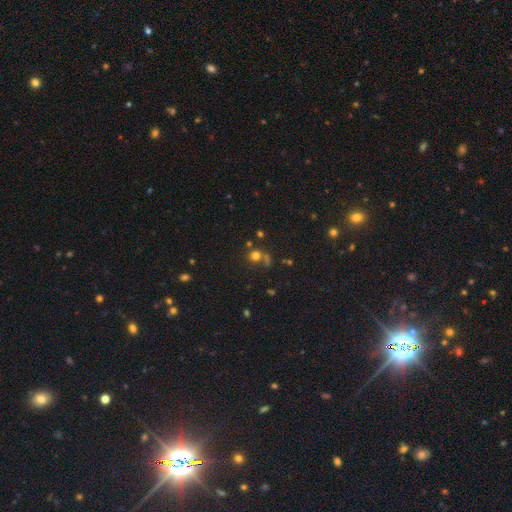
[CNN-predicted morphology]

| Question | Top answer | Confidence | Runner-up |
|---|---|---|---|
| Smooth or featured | smooth | 67% | star or artifact (21%) |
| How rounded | round | 86% | in between (13%) |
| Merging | none | 56% | merger (20%) |